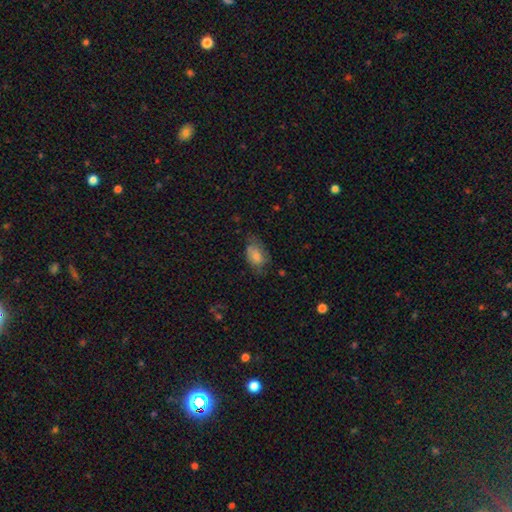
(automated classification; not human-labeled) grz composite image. It shows a smooth galaxy with no disk features (75%) that is in between round and cigar-shaped (88%). Merging: none (50%).